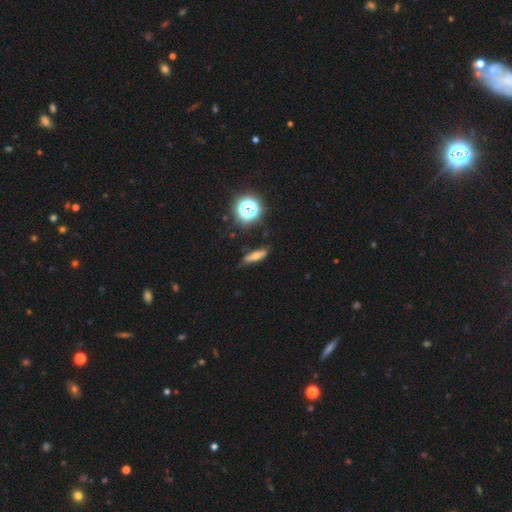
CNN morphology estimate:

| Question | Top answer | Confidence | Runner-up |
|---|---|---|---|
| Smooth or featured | smooth | 50% | featured or disk (34%) |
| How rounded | cigar-shaped | 57% | in between (34%) |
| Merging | none | 75% | minor disturbance (18%) |